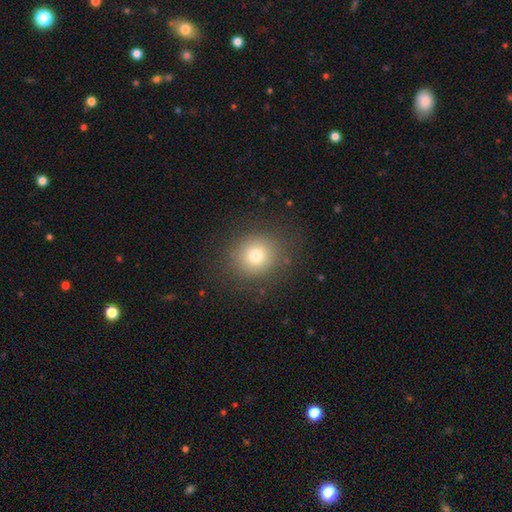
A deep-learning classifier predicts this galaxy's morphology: A smooth galaxy with no disk features (75%) that is round (86%).

Vote fractions:
- Smooth or featured? smooth: 75% / star or artifact: 15% / featured or disk: 10%
- How rounded? round: 86% / in between: 13% / cigar-shaped: 1%
- Merging? none: 86% / minor disturbance: 9% / major disturbance: 4% / merger: 1%